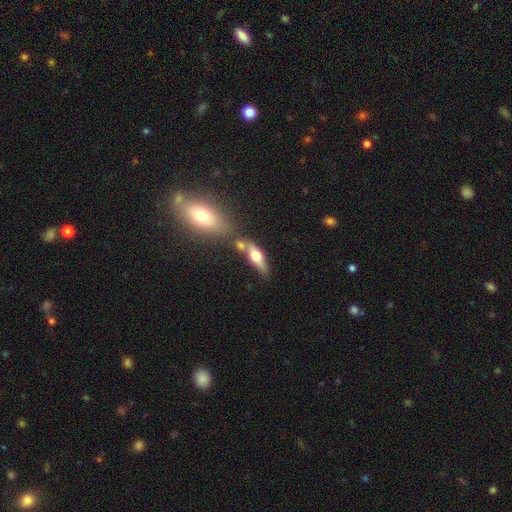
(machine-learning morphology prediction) The model was most divided on "smooth or featured": smooth: 47%, featured or disk: 45%, star or artifact: 8%. Remaining: merging — none (48%).